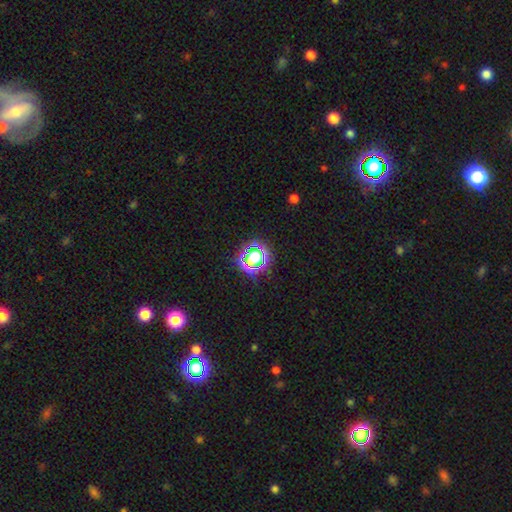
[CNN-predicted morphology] A star or artifact, not a galaxy (54%).